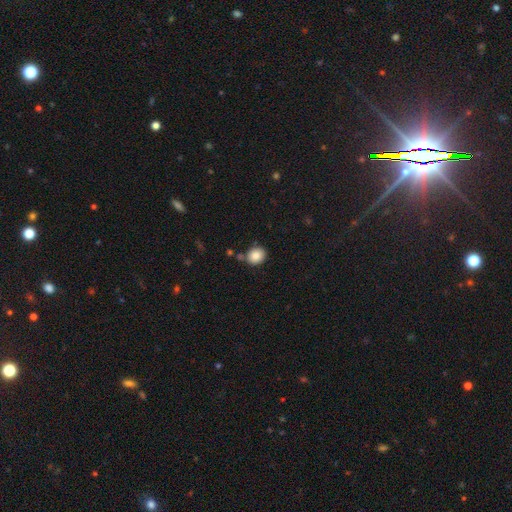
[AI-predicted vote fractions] smooth-or-featured: smooth: 86% | star or artifact: 9% | featured or disk: 5%
  how-rounded: round: 73% | in between: 27% | cigar-shaped: 1%
  merging: none: 74% | minor disturbance: 14% | merger: 9% | major disturbance: 3%